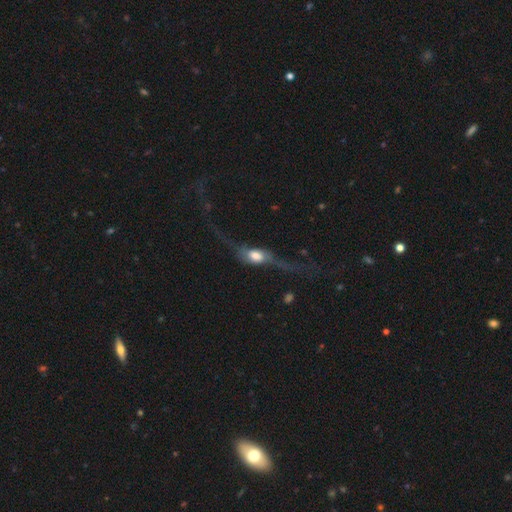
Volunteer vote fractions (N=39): smooth_or_featured: featured or disk (p=0.64) [alt: smooth p=0.26]
disk_edge_on: no (p=0.72) [alt: yes p=0.28]
bar: no (p=0.50) [alt: weak p=0.39]
has_spiral_arms: yes (p=0.78) [alt: no p=0.22]
spiral_winding: loose (p=0.93) [alt: medium p=0.07]
spiral_arm_count: 2 (p=0.86) [alt: can't tell p=0.14]
bulge_size: large (p=0.44) [alt: moderate p=0.33]
merging: major disturbance (p=0.74) [alt: none p=0.20]